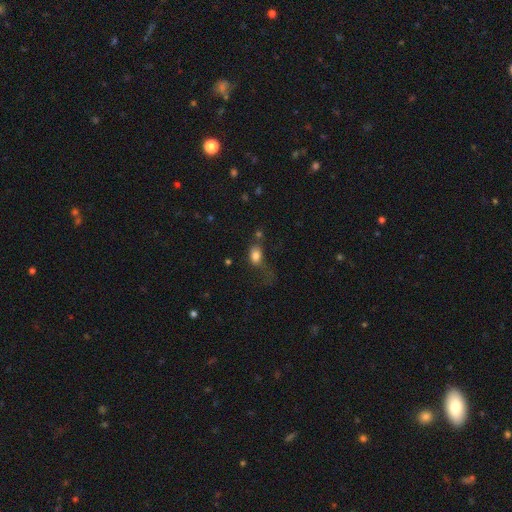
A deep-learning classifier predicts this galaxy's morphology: smooth_or_featured: smooth (p=0.79) [alt: star or artifact p=0.10]
how_rounded: in between (p=0.68) [alt: round p=0.29]
merging: none (p=0.35) [alt: major disturbance p=0.34]